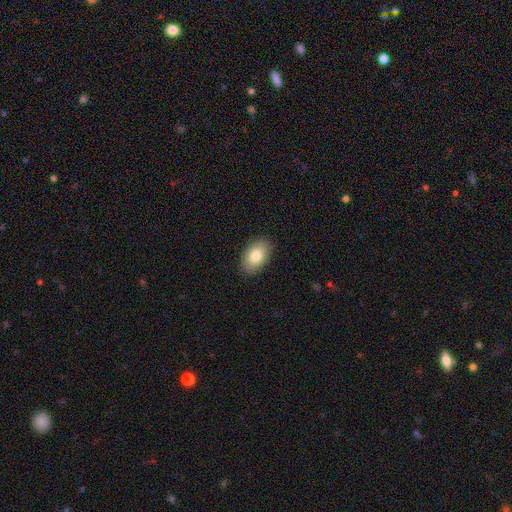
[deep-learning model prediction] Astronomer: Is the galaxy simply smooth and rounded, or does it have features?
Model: smooth — 81%.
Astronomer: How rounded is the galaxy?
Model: in between — 91%.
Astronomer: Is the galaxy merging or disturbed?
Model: none — 88%.